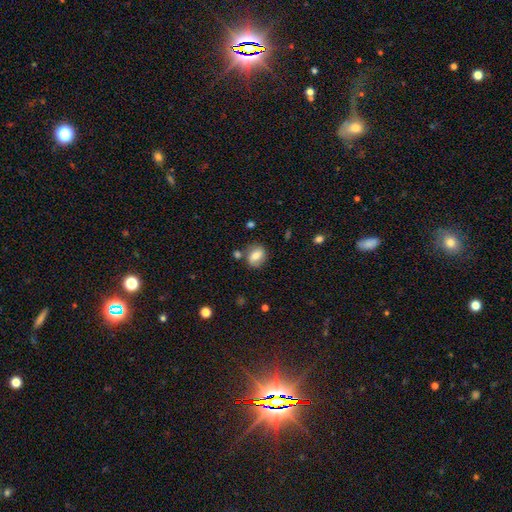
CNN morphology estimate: Smooth or featured? Predicted: smooth (p=0.68). How rounded? Predicted: round (p=0.50). Merging? Predicted: none (p=0.74).